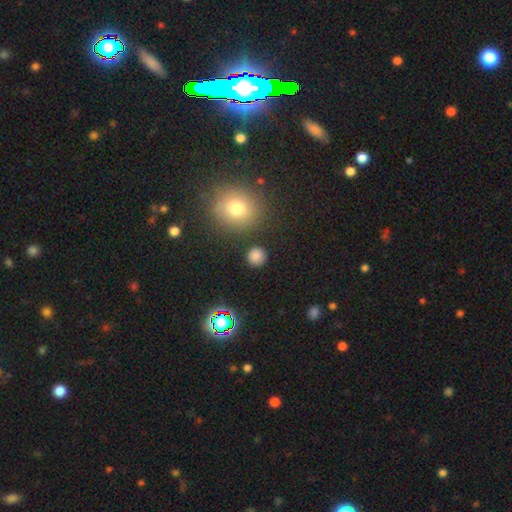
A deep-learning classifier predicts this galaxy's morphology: Overall: smooth (80%). How rounded: round (93%). Merging: none (88%).